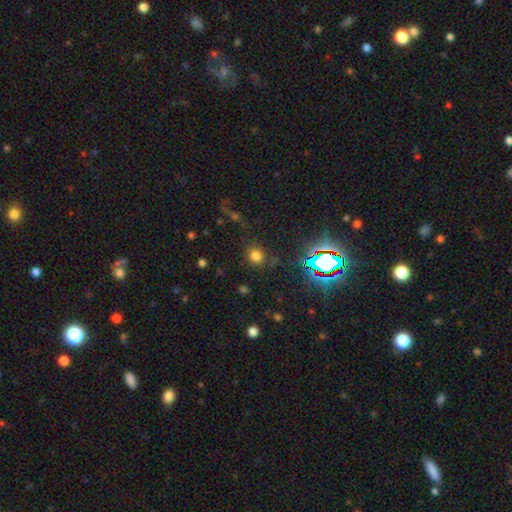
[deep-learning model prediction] A smooth galaxy with no disk features (70%) that is round (86%).

Vote fractions:
- Smooth or featured? smooth: 70% / star or artifact: 24% / featured or disk: 6%
- How rounded? round: 86% / in between: 12% / cigar-shaped: 1%
- Merging? none: 83% / minor disturbance: 9% / major disturbance: 5% / merger: 3%